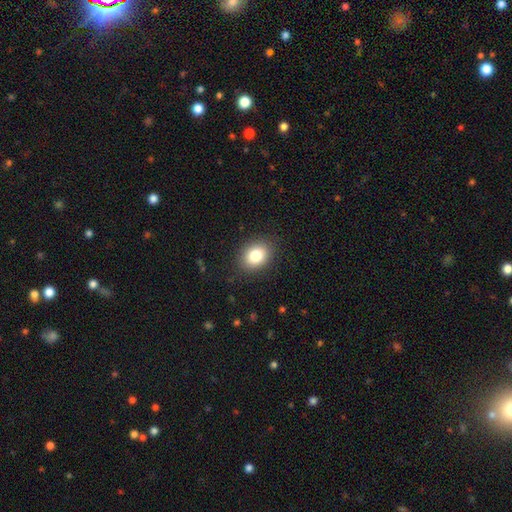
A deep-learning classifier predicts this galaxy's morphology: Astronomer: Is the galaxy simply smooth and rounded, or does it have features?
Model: smooth — 82%.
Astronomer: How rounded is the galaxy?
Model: in between — 58% (runner-up: round, 41%).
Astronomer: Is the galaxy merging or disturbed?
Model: none — 87%.